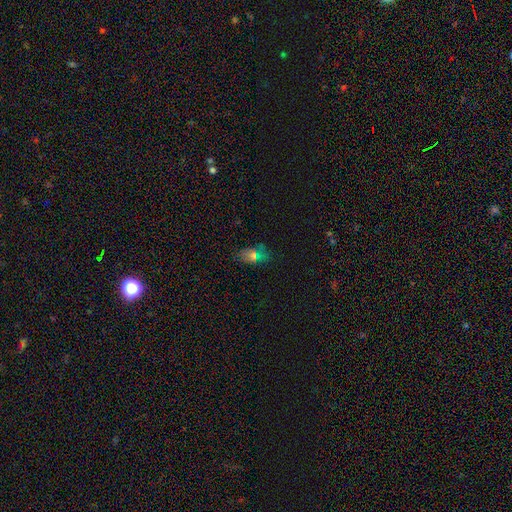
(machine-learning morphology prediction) Smooth or featured? Predicted: smooth (p=0.52). How rounded? Predicted: in between (p=0.79). Merging? Predicted: none (p=0.73).